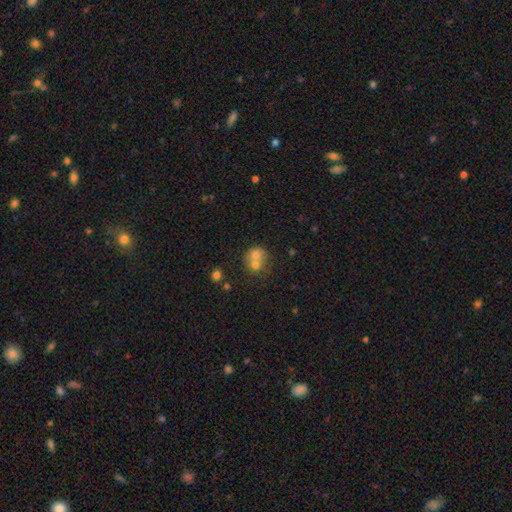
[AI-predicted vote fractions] Q: Smooth or featured?
A: smooth (64%); runner-up: featured or disk (21%)
Q: How rounded?
A: round (75%); runner-up: in between (25%)
Q: Merging?
A: merger (60%); runner-up: none (30%)